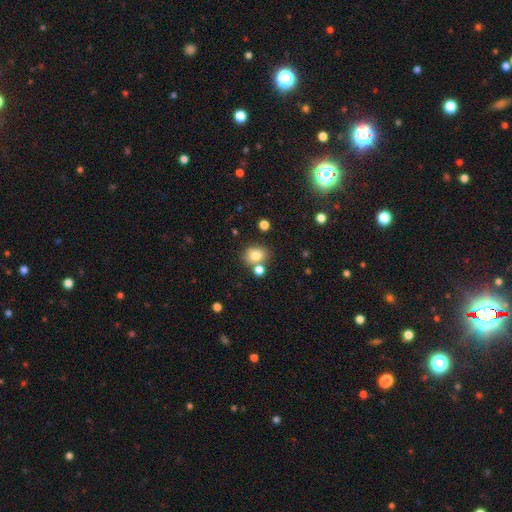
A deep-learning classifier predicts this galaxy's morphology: smooth_or_featured: smooth (p=0.77) [alt: star or artifact p=0.13]
how_rounded: round (p=0.64) [alt: in between p=0.35]
merging: none (p=0.66) [alt: merger p=0.19]